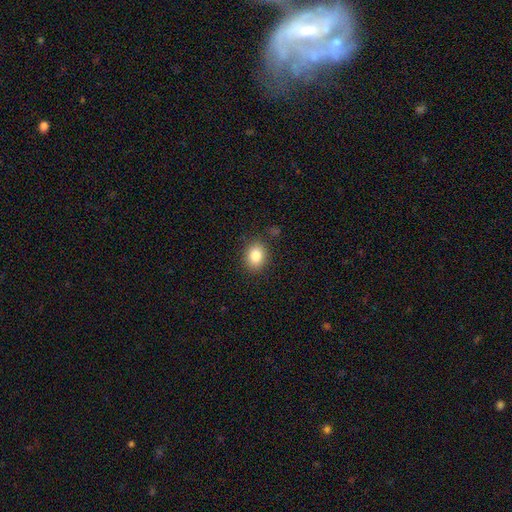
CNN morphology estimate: type=smooth (84%); roundness=in between (55%); merging=none (85%).